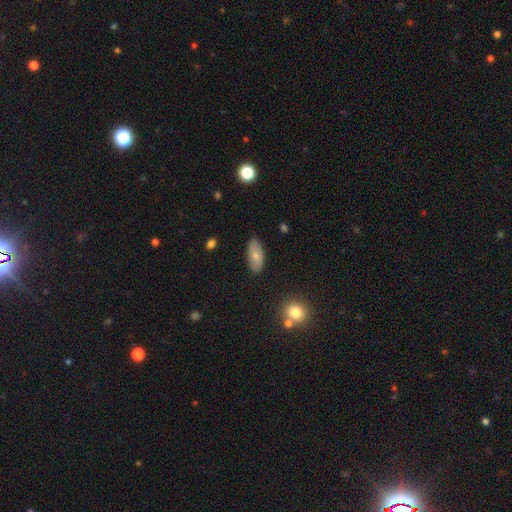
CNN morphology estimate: This appears to be a smooth galaxy with no disk features (73%) that is in between round and cigar-shaped (90%). Merging: none (84%).